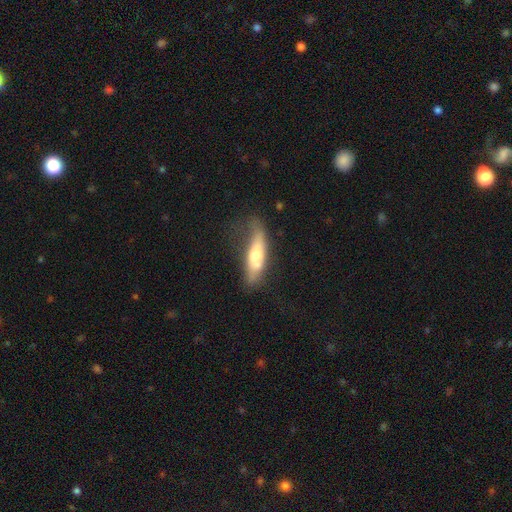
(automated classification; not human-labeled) smooth 56%, featured or disk 38%, star or artifact 6%. Down the decision tree: how rounded — cigar-shaped (61%); merging — none (49%).